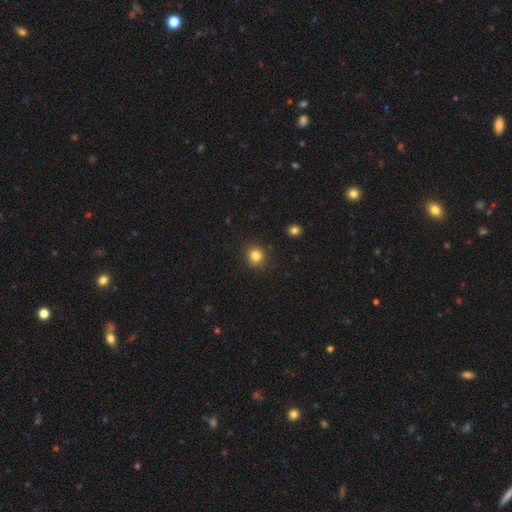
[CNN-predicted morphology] A smooth galaxy with no disk features (82%) that is round (88%).

Vote fractions:
- Smooth or featured? smooth: 82% / star or artifact: 12% / featured or disk: 6%
- How rounded? round: 88% / in between: 12% / cigar-shaped: 1%
- Merging? none: 88% / minor disturbance: 8% / major disturbance: 2% / merger: 1%